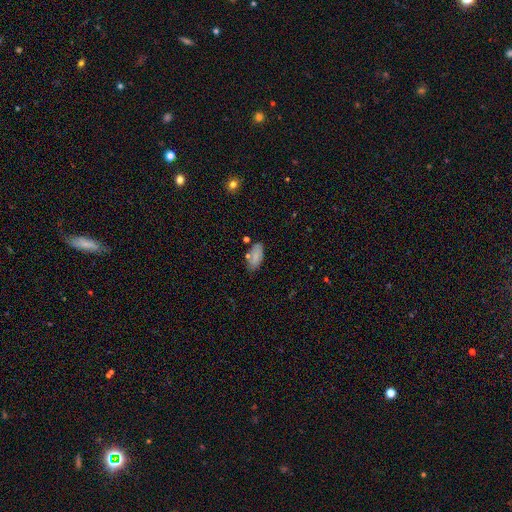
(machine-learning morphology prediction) Smooth or featured: smooth — 80% (featured or disk — 11%)
How rounded: in between — 91% (cigar-shaped — 6%)
Merging: none — 75% (minor disturbance — 16%)